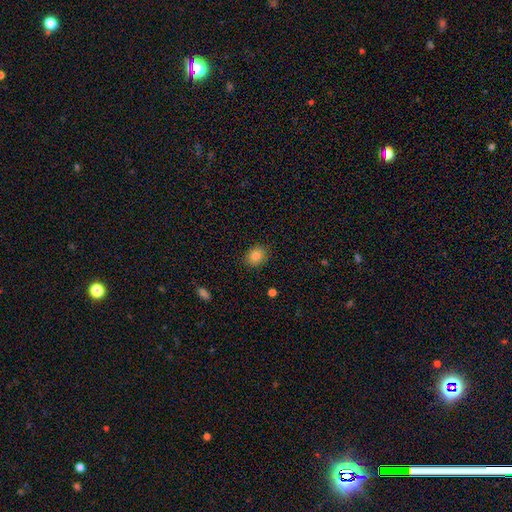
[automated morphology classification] type=smooth (85%); roundness=round (57%); merging=none (87%).